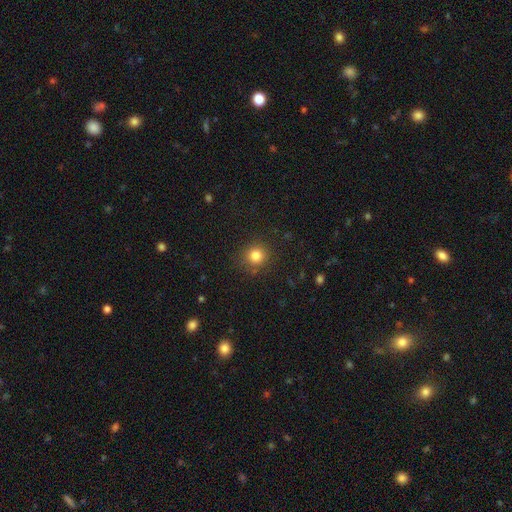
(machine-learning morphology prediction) This appears to be a smooth galaxy with no disk features (82%) that is round (91%). Merging: none (86%).